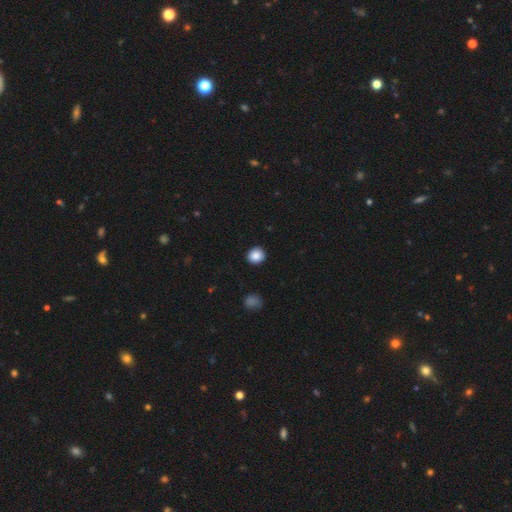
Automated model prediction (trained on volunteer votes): The model was most divided on "how rounded": round: 88%, in between: 11%, cigar-shaped: 1%. More confident: merging — none (92%); smooth or featured — smooth (87%).